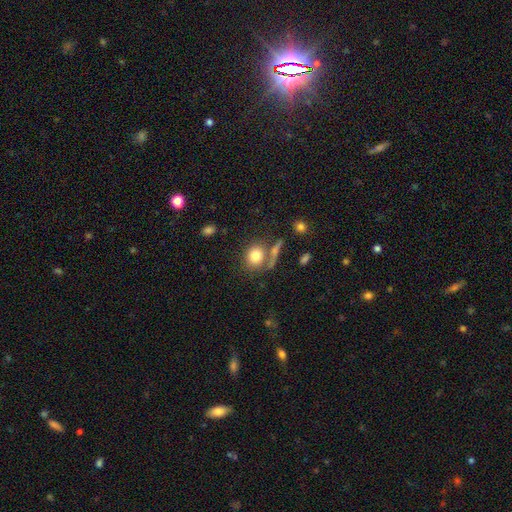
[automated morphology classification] This is likely a smooth galaxy (79%). How rounded: likely round (71%). Merging: likely none (61%).